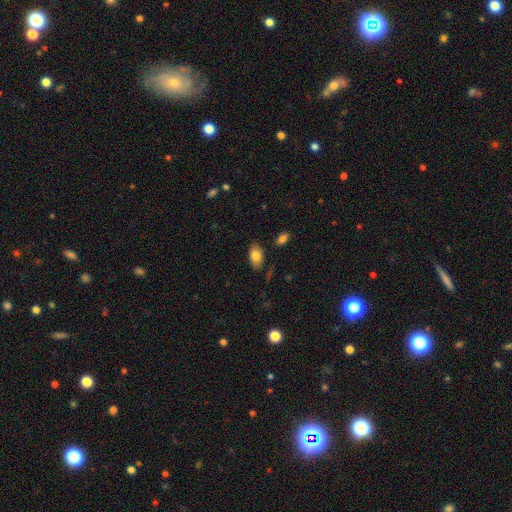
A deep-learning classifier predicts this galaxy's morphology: Smooth or featured: smooth — 81% (featured or disk — 12%)
How rounded: in between — 92% (round — 6%)
Merging: none — 83% (minor disturbance — 12%)